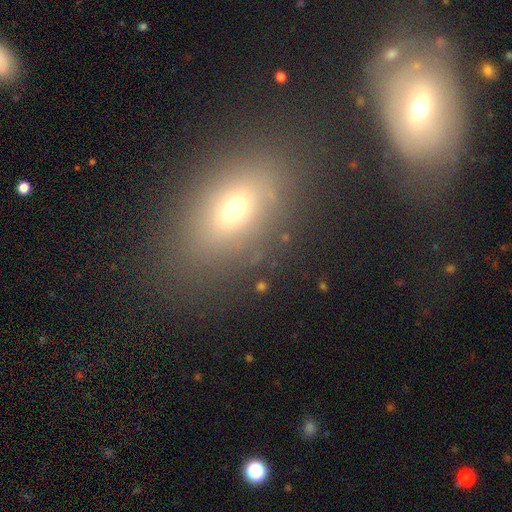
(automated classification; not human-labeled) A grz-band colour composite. It shows a smooth galaxy with no disk features (61%) that is in between round and cigar-shaped (77%). Merging: none (77%).